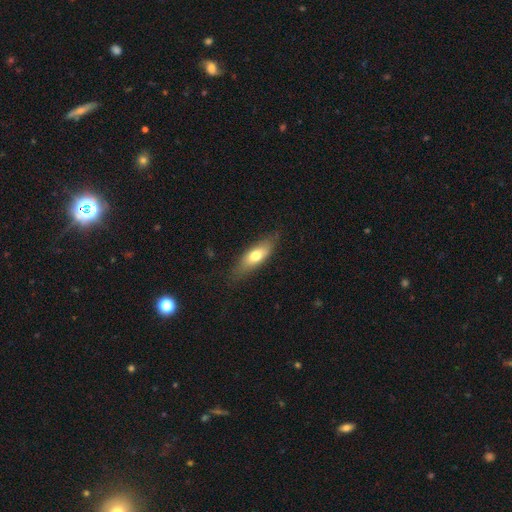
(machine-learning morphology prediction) The model was most divided on "how rounded": in between: 61%, cigar-shaped: 36%, round: 3%. More confident: merging — none (77%); smooth or featured — smooth (65%).